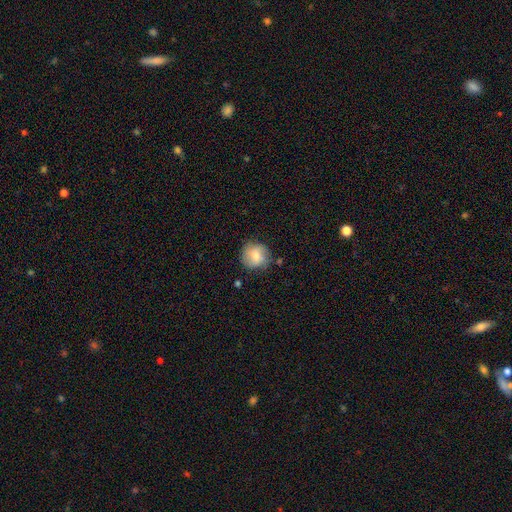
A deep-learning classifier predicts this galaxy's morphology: Smooth or featured? smooth (74%)
How rounded? round (88%)
Merging? none (72%)